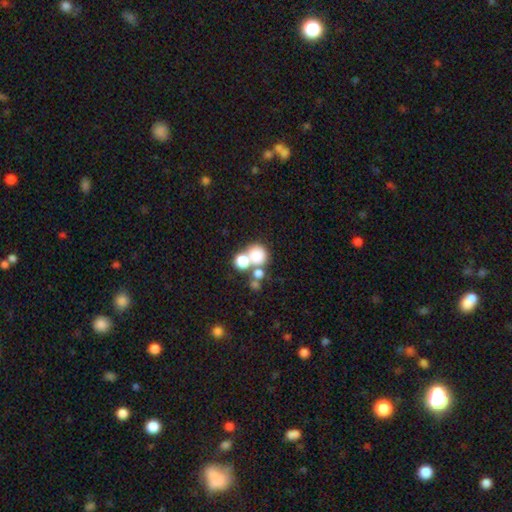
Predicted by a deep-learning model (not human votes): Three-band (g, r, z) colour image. It shows a smooth galaxy with no disk features (73%) that is round (81%). Merging: merger (49%).